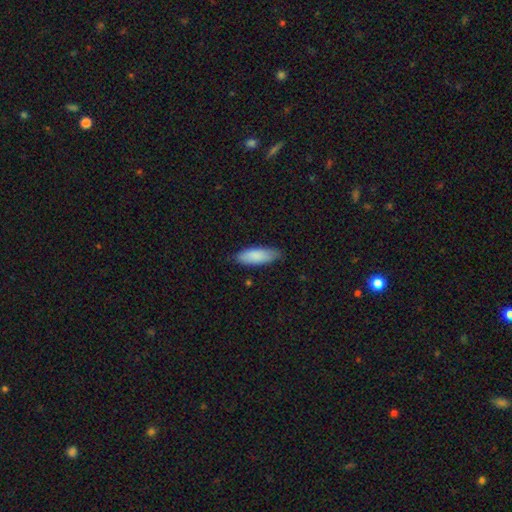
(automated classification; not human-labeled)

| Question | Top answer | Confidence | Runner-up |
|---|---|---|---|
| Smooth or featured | smooth | 86% | featured or disk (8%) |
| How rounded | in between | 66% | cigar-shaped (32%) |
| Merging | none | 79% | minor disturbance (18%) |